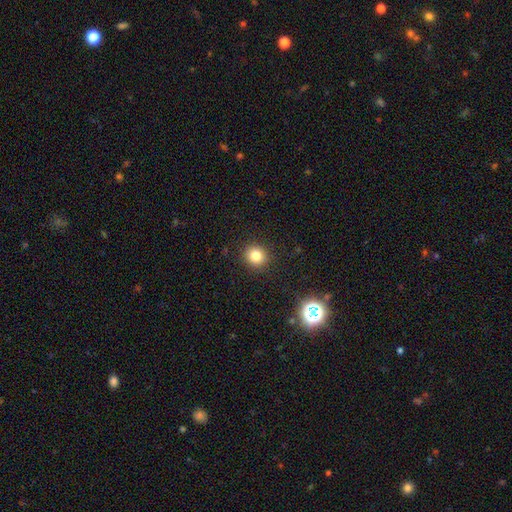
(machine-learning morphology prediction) Smooth or featured: smooth — 81% (star or artifact — 13%)
How rounded: round — 88% (in between — 11%)
Merging: none — 90% (minor disturbance — 6%)